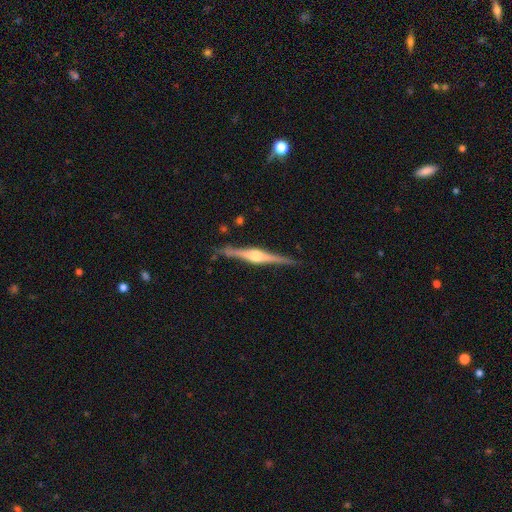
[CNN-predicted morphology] A featured or disk galaxy (82%) viewed edge-on (98%) with a rounded central bulge (91%). Merging: none (87%).